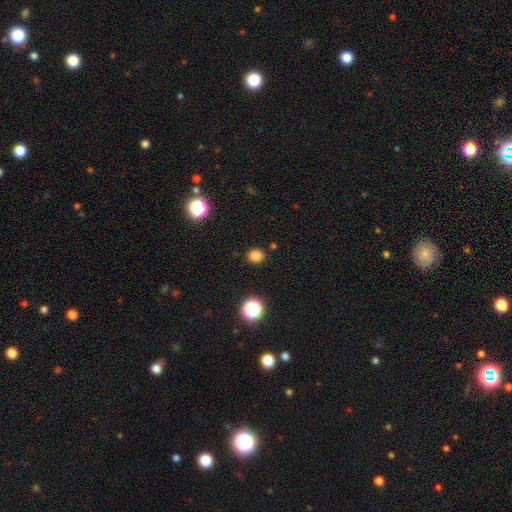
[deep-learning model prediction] A smooth galaxy with no disk features (80%) that is round (82%). Merging: none (89%).